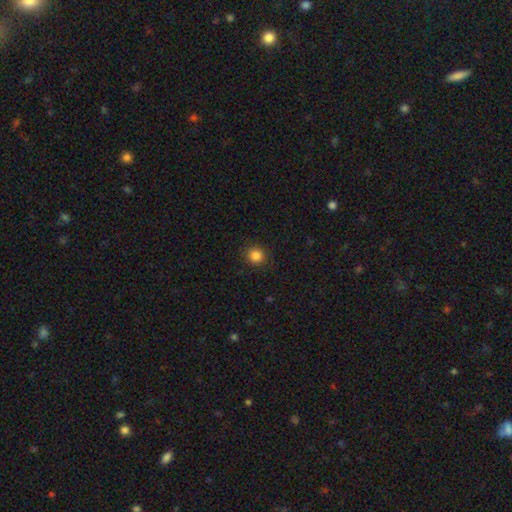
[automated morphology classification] smooth 85%, star or artifact 12%, featured or disk 4%. Down the decision tree: how rounded — round (92%); merging — none (91%).